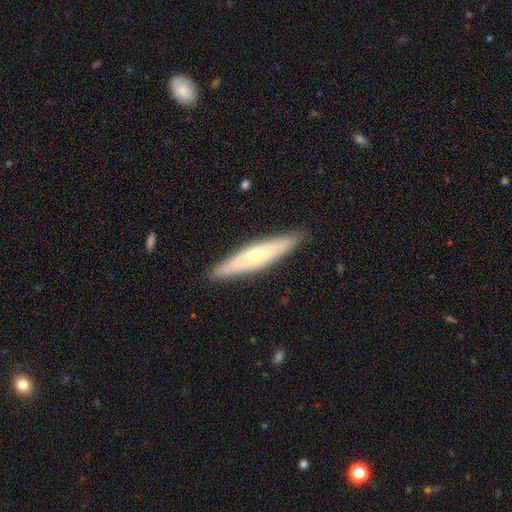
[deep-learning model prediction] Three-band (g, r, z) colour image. It shows a featured or disk galaxy (48%). Merging: none (89%).